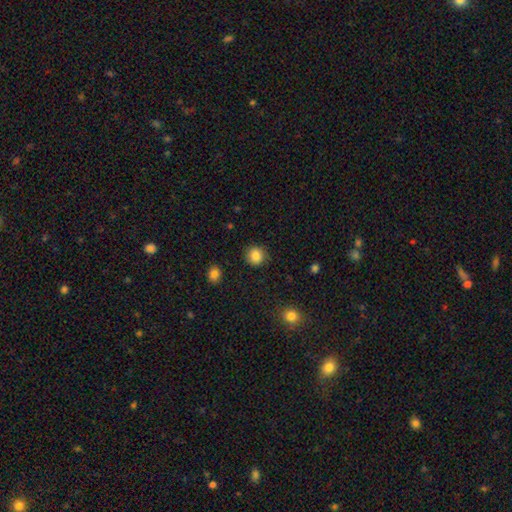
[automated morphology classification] Smooth or featured: smooth — 86% (star or artifact — 9%)
How rounded: round — 91% (in between — 8%)
Merging: none — 90% (minor disturbance — 6%)